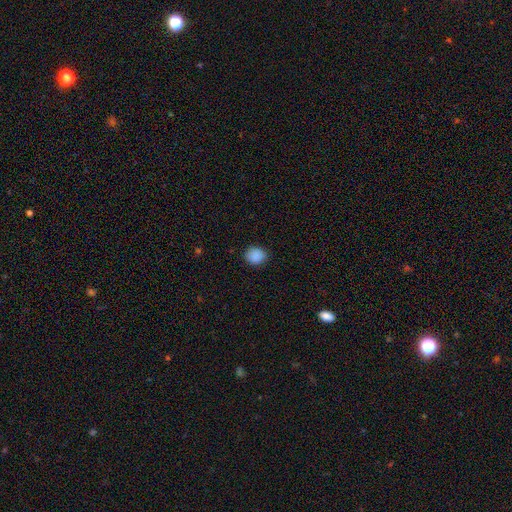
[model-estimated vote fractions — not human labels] Morphology: type=smooth (89%); roundness=round (70%); merging=none (86%).